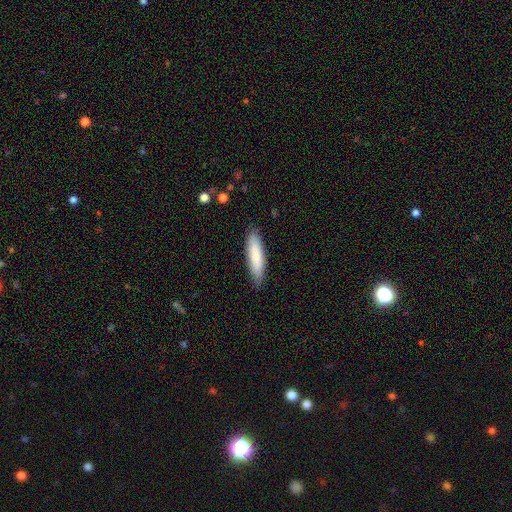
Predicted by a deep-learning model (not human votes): Morphology: type=smooth (81%); roundness=cigar-shaped (71%); merging=none (85%).